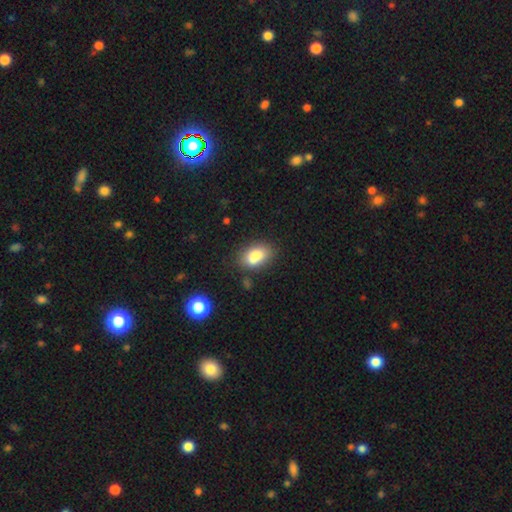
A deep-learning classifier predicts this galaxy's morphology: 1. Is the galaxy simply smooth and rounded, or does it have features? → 80% smooth, 11% featured or disk, 9% star or artifact.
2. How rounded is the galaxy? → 87% in between, 11% round, 2% cigar-shaped.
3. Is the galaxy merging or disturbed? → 68% none, 18% minor disturbance, 10% merger, 4% major disturbance.